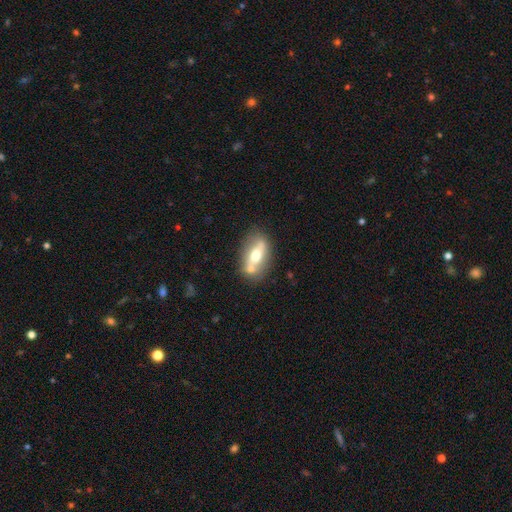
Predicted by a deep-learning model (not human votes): smooth_or_featured: featured or disk (p=0.53) [alt: smooth p=0.40]
disk_edge_on: no (p=0.65) [alt: yes p=0.35]
merging: none (p=0.65) [alt: merger p=0.15]